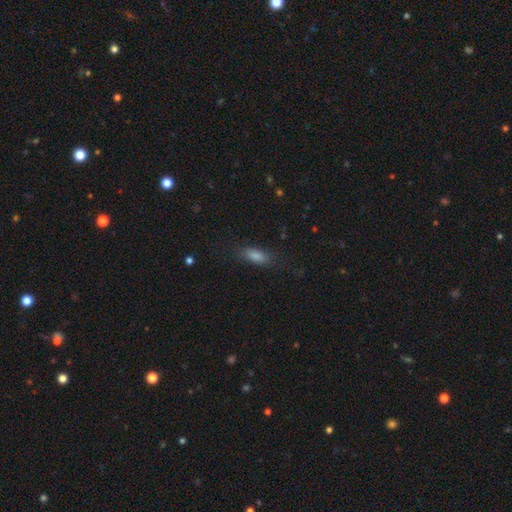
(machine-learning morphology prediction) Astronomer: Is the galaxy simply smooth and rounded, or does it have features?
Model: smooth — 77%.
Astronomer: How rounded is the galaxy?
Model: in between — 66%.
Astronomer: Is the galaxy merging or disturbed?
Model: none — 78%.